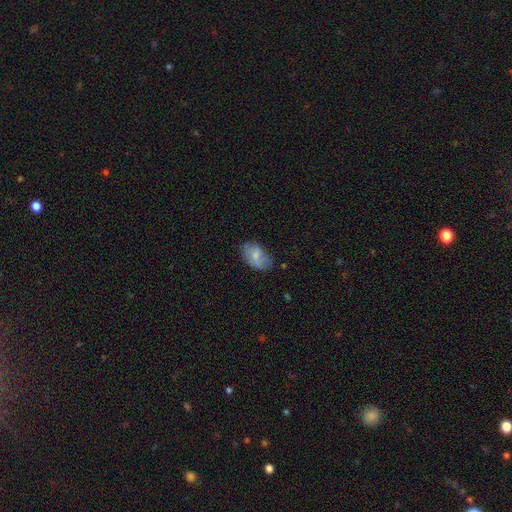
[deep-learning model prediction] A smooth galaxy with no disk features (72%) that is in between round and cigar-shaped (90%). Merging: none (61%).